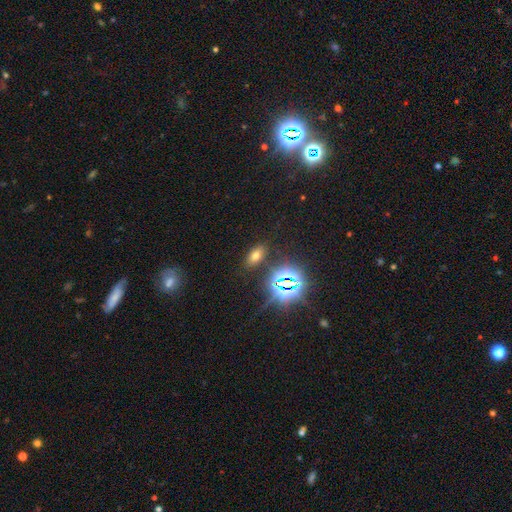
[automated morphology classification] Smooth or featured: smooth — 55% (star or artifact — 35%)
How rounded: in between — 86% (round — 8%)
Merging: none — 84% (minor disturbance — 9%)